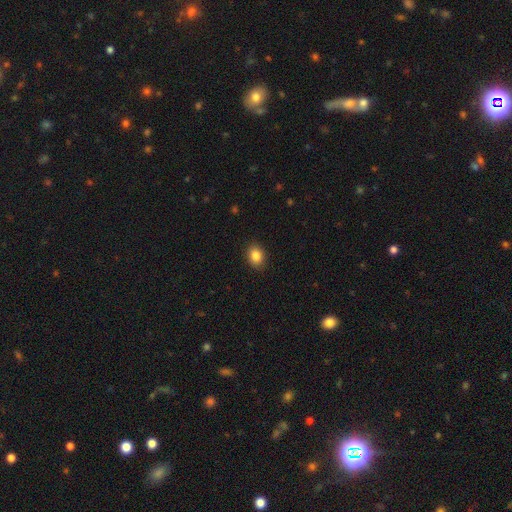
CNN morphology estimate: Smooth or featured? smooth (86%)
How rounded? in between (55%)
Merging? none (90%)